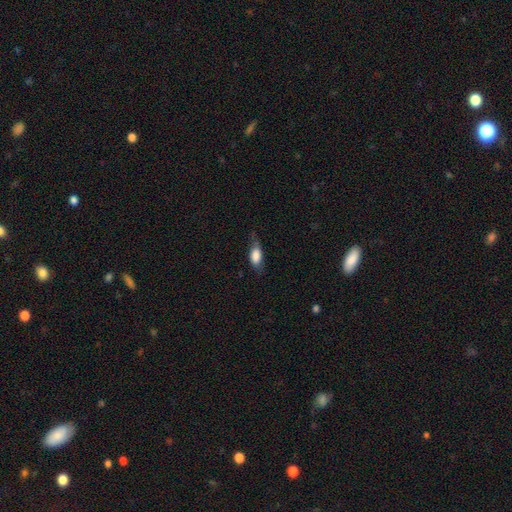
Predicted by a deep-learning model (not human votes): Smooth or featured?
  - smooth: 80% *
  - featured or disk: 13%
  - star or artifact: 7%
How rounded?
  - in between: 83% *
  - cigar-shaped: 13%
  - round: 4%
Merging?
  - none: 55% *
  - minor disturbance: 32%
  - major disturbance: 12%
  - merger: 2%